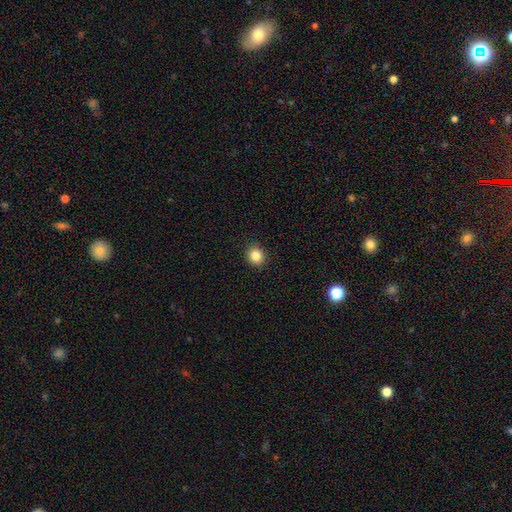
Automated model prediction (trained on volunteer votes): Smooth or featured? Predicted: smooth (p=0.85). How rounded? Predicted: round (p=0.78). Merging? Predicted: none (p=0.91).